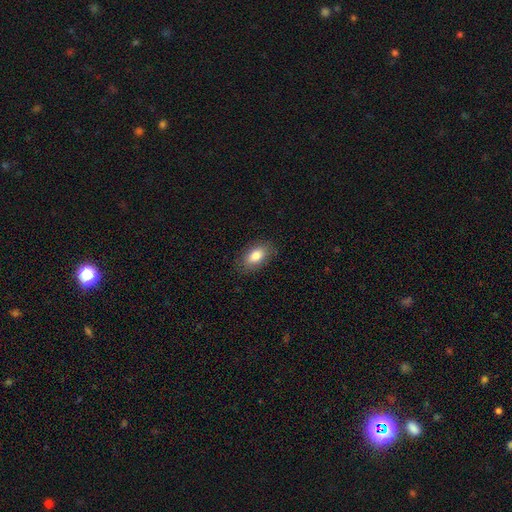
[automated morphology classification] Smooth or featured? smooth (82%)
How rounded? in between (90%)
Merging? none (84%)